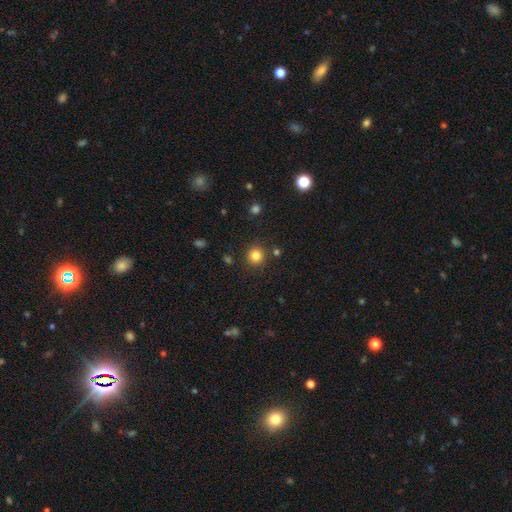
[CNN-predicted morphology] A smooth galaxy with no disk features (82%) that is round (93%).

Vote fractions:
- Smooth or featured? smooth: 82% / star or artifact: 13% / featured or disk: 5%
- How rounded? round: 93% / in between: 6% / cigar-shaped: 1%
- Merging? none: 87% / minor disturbance: 7% / merger: 4% / major disturbance: 2%